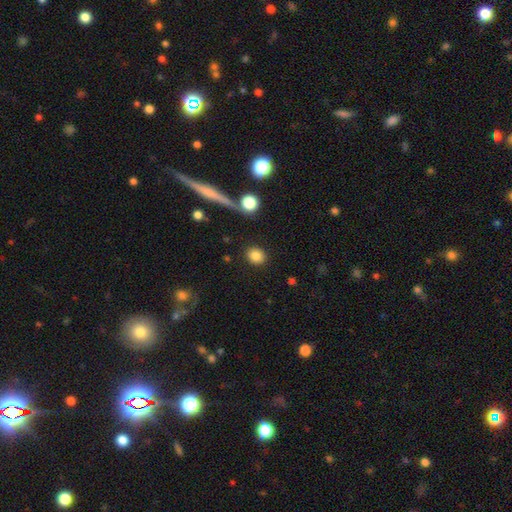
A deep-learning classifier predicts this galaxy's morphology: smooth-or-featured: smooth: 84% | star or artifact: 10% | featured or disk: 6%
  how-rounded: round: 77% | in between: 22% | cigar-shaped: 2%
  merging: none: 88% | minor disturbance: 7% | major disturbance: 3% | merger: 2%